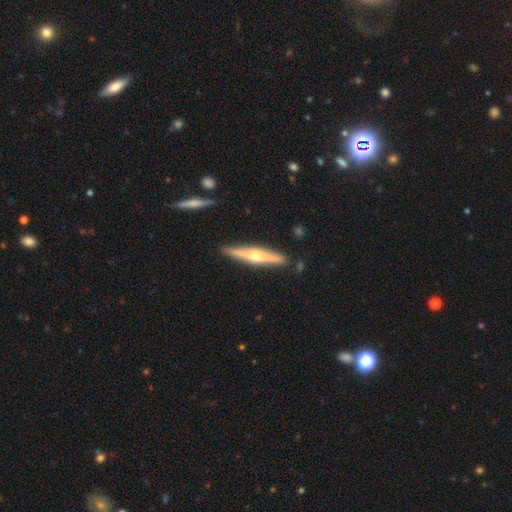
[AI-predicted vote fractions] featured or disk 67%, smooth 27%, star or artifact 6%. Down the decision tree: edge-on disk — yes (96%); edge-on bulge — rounded (91%); merging — none (88%).